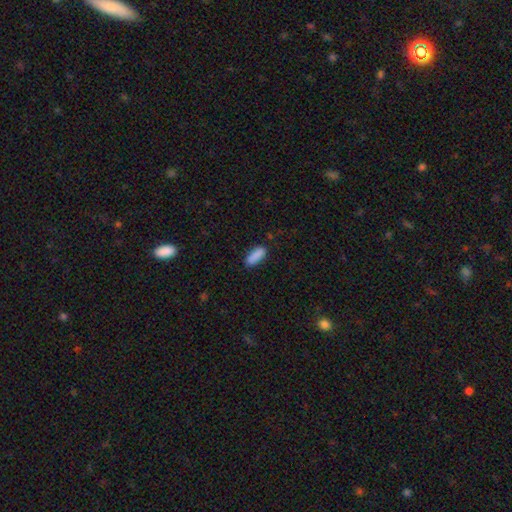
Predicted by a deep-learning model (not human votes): The model was most divided on "how rounded": in between: 66%, cigar-shaped: 32%, round: 2%. More confident: smooth or featured — smooth (89%); merging — none (84%).